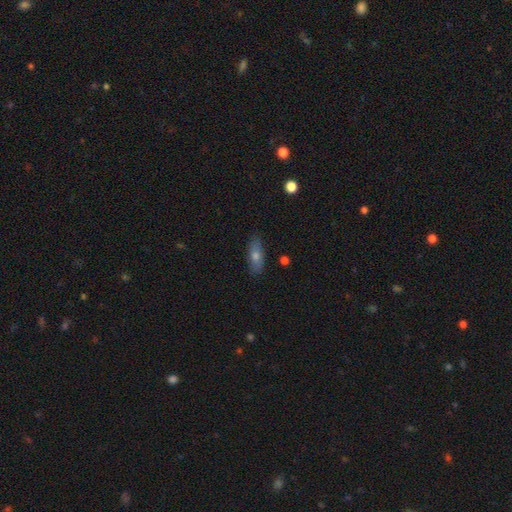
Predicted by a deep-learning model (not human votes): This appears to be a smooth galaxy with no disk features (64%) that is in between round and cigar-shaped (70%). Merging: none (86%).